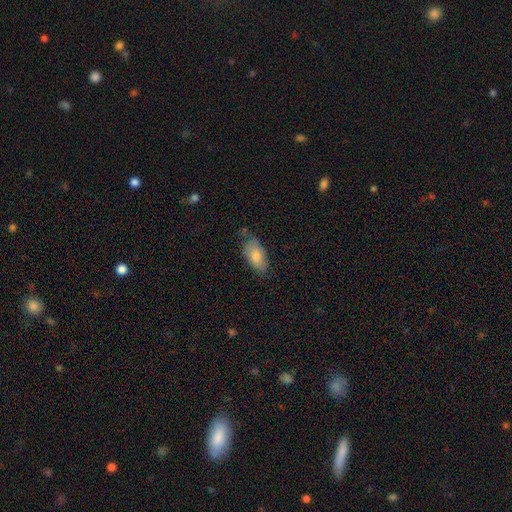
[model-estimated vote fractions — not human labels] The model was most divided on "merging": none: 64%, minor disturbance: 26%, major disturbance: 6%, merger: 3%. More confident: how rounded — in between (92%); smooth or featured — smooth (82%).